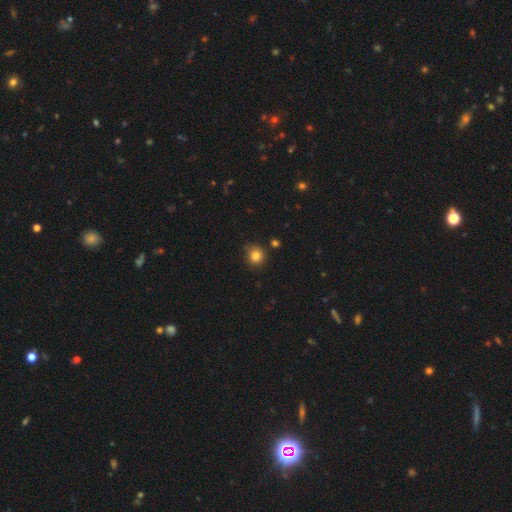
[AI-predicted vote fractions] A smooth galaxy with no disk features (83%) that is round (89%). Merging: none (82%).